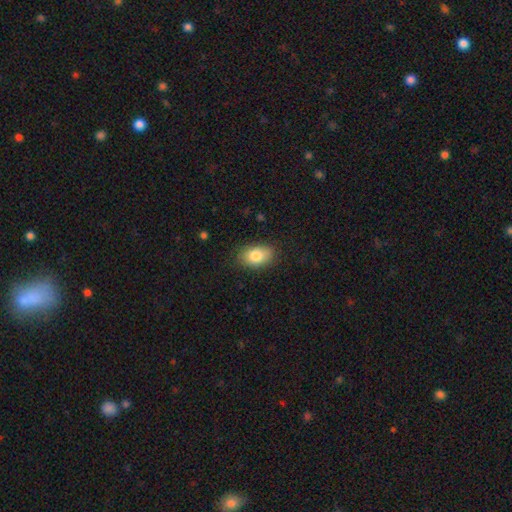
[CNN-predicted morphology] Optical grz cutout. It shows a smooth galaxy with no disk features (83%) that is in between round and cigar-shaped (87%). Merging: none (83%).